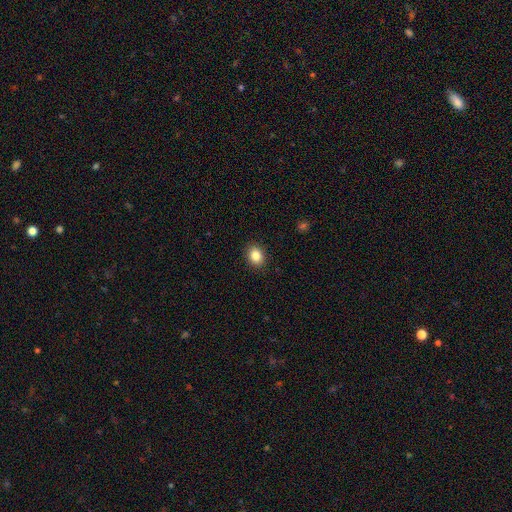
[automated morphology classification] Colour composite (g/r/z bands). It shows a smooth galaxy with no disk features (85%) that is in between round and cigar-shaped (50%). Merging: none (90%).